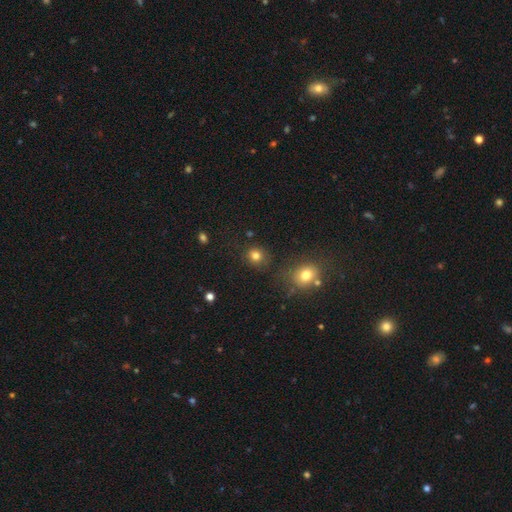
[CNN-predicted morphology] A smooth galaxy with no disk features (79%) that is round (83%).

Vote fractions:
- Smooth or featured? smooth: 79% / star or artifact: 15% / featured or disk: 6%
- How rounded? round: 83% / in between: 16% / cigar-shaped: 1%
- Merging? none: 82% / minor disturbance: 10% / merger: 5% / major disturbance: 4%